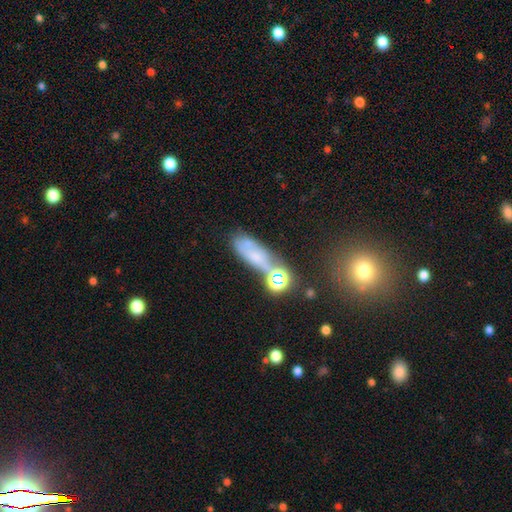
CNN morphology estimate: smooth 45%, featured or disk 33%, star or artifact 22%. Down the decision tree: merging — none (44%).